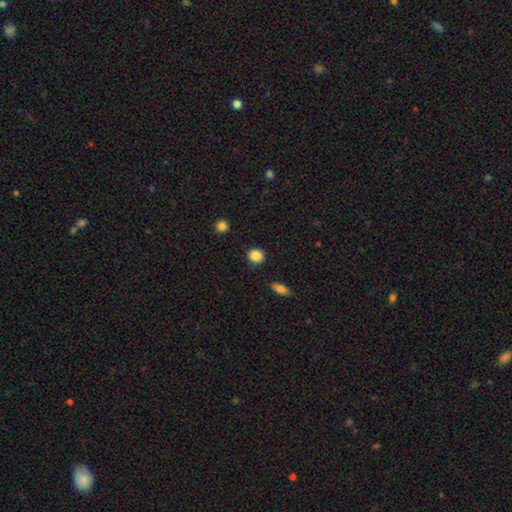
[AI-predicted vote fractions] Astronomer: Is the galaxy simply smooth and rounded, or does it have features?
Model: smooth — 87%.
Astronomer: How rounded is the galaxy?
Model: round — 89%.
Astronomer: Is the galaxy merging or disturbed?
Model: none — 90%.